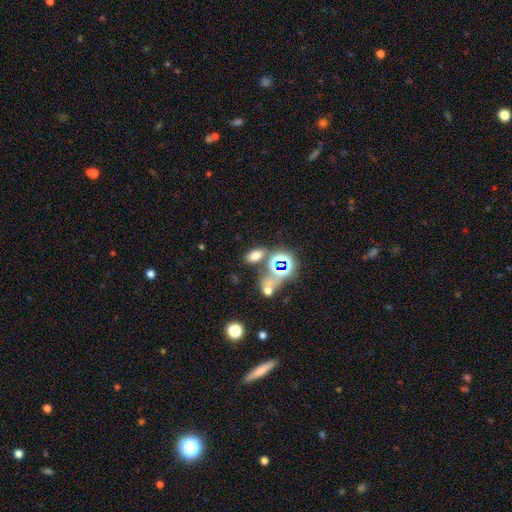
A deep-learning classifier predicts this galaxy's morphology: Smooth or featured?
  - smooth: 65% *
  - star or artifact: 24%
  - featured or disk: 10%
How rounded?
  - in between: 85% *
  - round: 12%
  - cigar-shaped: 3%
Merging?
  - none: 65% *
  - merger: 17%
  - minor disturbance: 11%
  - major disturbance: 7%